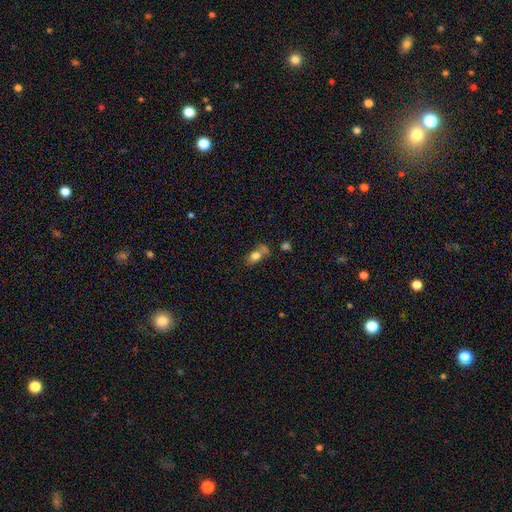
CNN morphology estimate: Q: Smooth or featured?
A: smooth (78%); runner-up: featured or disk (12%)
Q: How rounded?
A: in between (80%); runner-up: round (18%)
Q: Merging?
A: none (42%); runner-up: merger (30%)